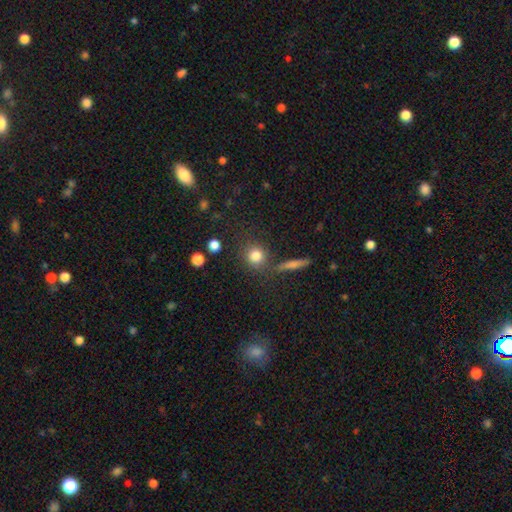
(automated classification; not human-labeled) smooth 81%, star or artifact 11%, featured or disk 8%. Down the decision tree: how rounded — round (88%); merging — none (78%).